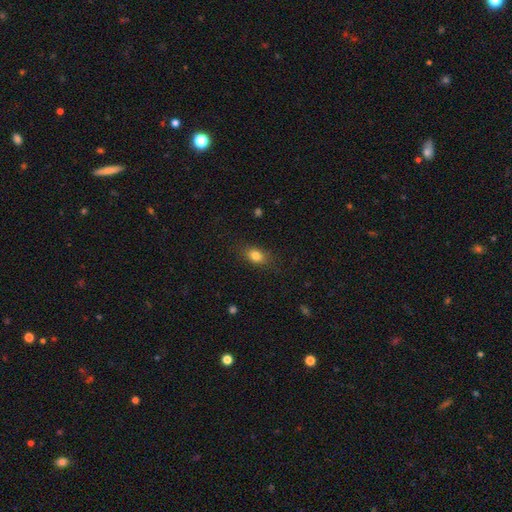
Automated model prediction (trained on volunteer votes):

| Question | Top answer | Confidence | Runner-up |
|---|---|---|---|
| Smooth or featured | smooth | 82% | star or artifact (10%) |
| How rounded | in between | 78% | round (19%) |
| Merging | none | 82% | minor disturbance (13%) |